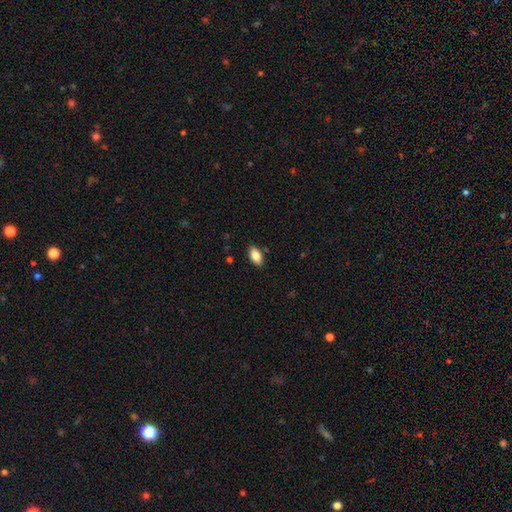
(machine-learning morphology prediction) This is clearly a smooth galaxy (85%). How rounded: clearly in between (93%). Merging: clearly none (87%).